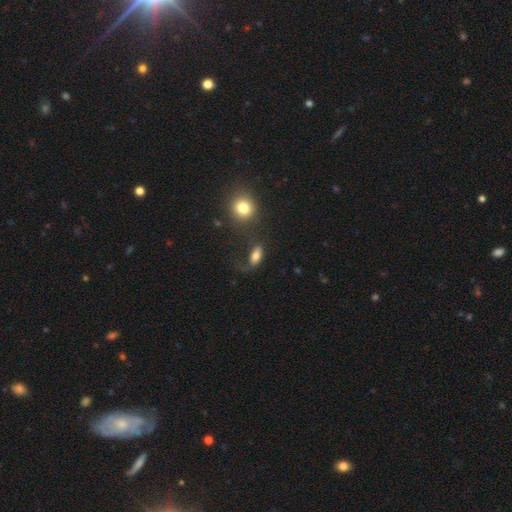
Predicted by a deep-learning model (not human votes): The model was most divided on "merging": none: 44%, major disturbance: 28%, minor disturbance: 21%, merger: 7%. More confident: how rounded — in between (82%); smooth or featured — smooth (75%).